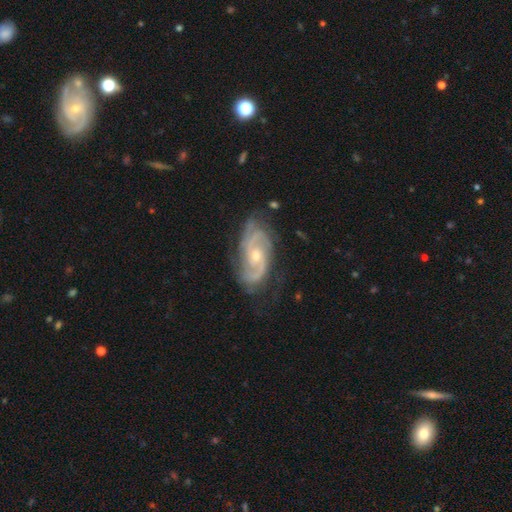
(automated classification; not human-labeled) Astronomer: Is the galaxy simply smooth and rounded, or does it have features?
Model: featured or disk — 89%.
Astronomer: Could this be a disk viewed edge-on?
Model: no — 96%.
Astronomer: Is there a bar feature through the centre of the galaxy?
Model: no — 63%.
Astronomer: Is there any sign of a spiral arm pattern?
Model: yes — 97%.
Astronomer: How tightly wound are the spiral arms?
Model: tight — 46% (runner-up: medium, 43%).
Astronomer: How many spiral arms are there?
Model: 2 — 56%.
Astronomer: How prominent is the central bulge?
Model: moderate — 52% (runner-up: small, 44%).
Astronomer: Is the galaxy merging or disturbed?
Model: none — 72%.